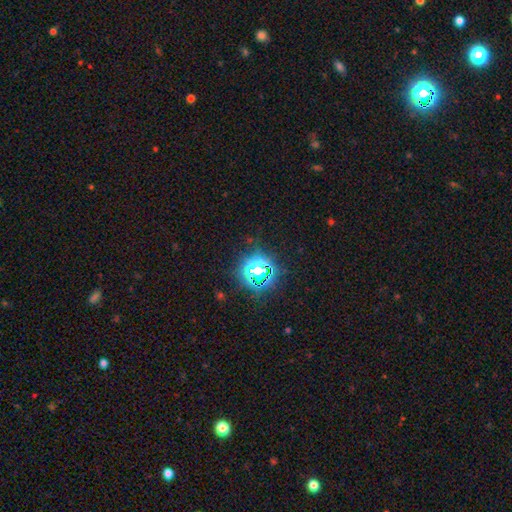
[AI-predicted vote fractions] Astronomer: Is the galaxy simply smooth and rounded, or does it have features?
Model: star or artifact — 79%.